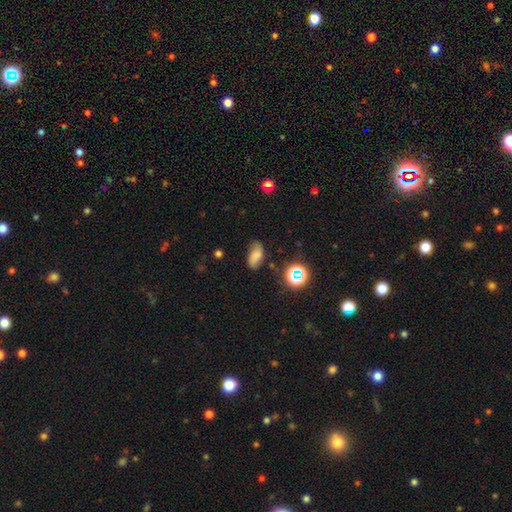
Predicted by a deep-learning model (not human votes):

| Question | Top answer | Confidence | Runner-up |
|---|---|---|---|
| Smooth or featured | smooth | 70% | star or artifact (15%) |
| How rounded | in between | 87% | round (7%) |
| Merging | none | 69% | minor disturbance (23%) |